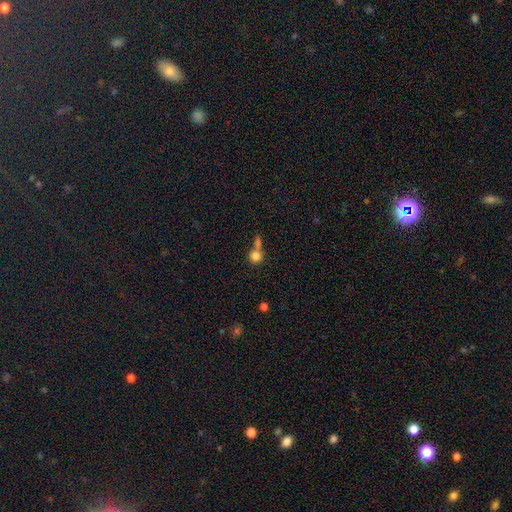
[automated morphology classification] Q: Smooth or featured?
A: smooth (80%); runner-up: star or artifact (10%)
Q: How rounded?
A: round (86%); runner-up: in between (12%)
Q: Merging?
A: merger (46%); runner-up: none (40%)